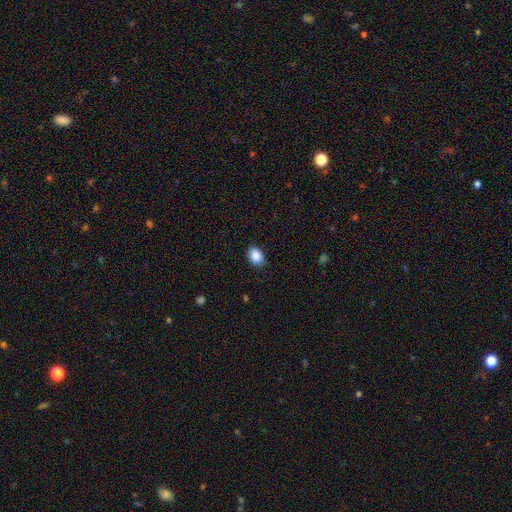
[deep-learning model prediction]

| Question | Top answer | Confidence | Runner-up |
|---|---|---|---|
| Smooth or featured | smooth | 89% | star or artifact (8%) |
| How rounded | in between | 72% | round (27%) |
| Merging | none | 82% | minor disturbance (14%) |